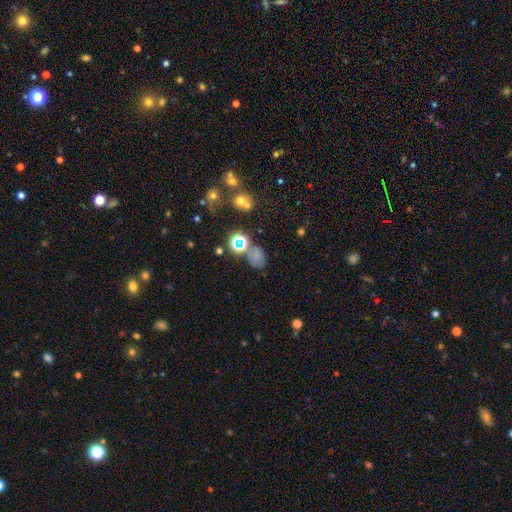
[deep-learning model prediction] Q: Smooth or featured?
A: smooth (58%); runner-up: star or artifact (30%)
Q: How rounded?
A: in between (65%); runner-up: round (33%)
Q: Merging?
A: none (57%); runner-up: minor disturbance (19%)